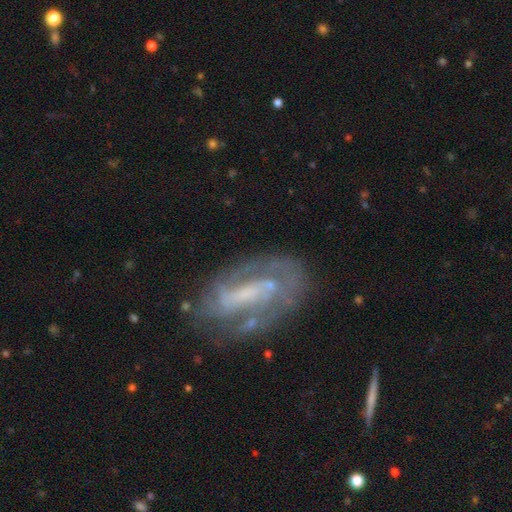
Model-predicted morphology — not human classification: Smooth or featured? Predicted: featured or disk (p=0.77). Edge-on disk? Predicted: no (p=0.92). Bar? Predicted: strong (p=0.39). Spiral arms? Predicted: yes (p=0.79). Spiral winding? Predicted: tight (p=0.44). Spiral arm count? Predicted: 2 (p=0.50). Bulge size? Predicted: small (p=0.42). Merging? Predicted: none (p=0.65).